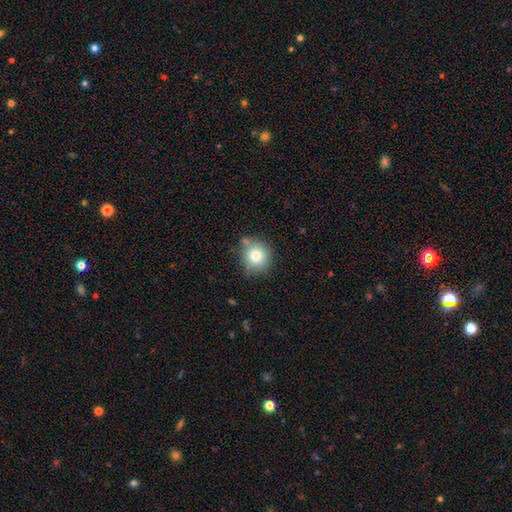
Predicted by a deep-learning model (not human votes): Smooth or featured: smooth — 78% (star or artifact — 11%)
How rounded: round — 87% (in between — 13%)
Merging: none — 74% (minor disturbance — 16%)